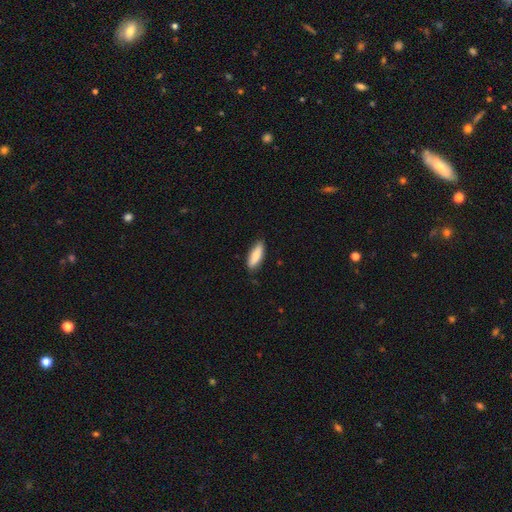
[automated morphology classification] This is clearly a smooth galaxy (83%). How rounded: possibly in between (60%). Merging: clearly none (84%).